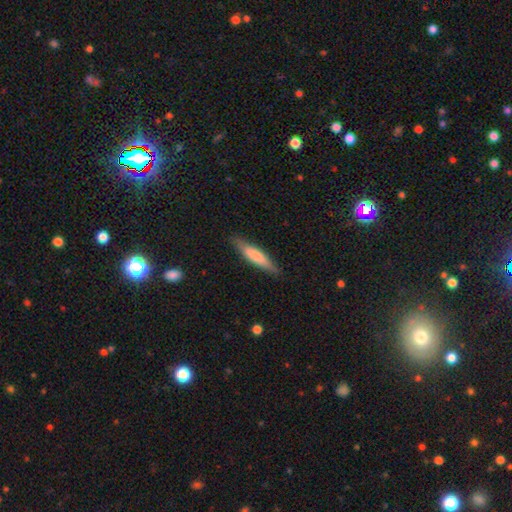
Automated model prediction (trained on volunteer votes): smooth 70%, featured or disk 25%, star or artifact 5%. Down the decision tree: how rounded — cigar-shaped (80%); merging — none (84%).